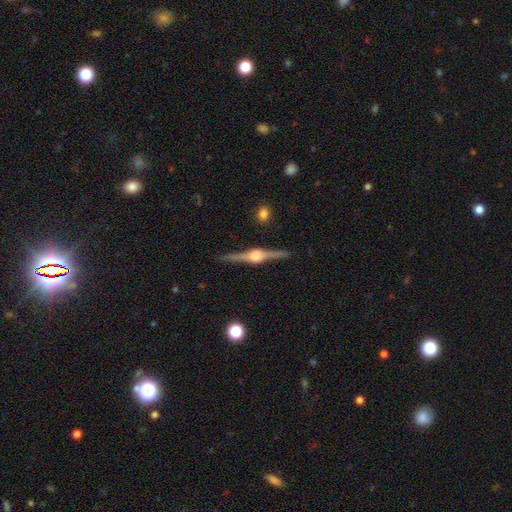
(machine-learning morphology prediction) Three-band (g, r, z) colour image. It shows a featured or disk galaxy (87%) viewed edge-on (98%) with a rounded central bulge (88%). Merging: none (91%).